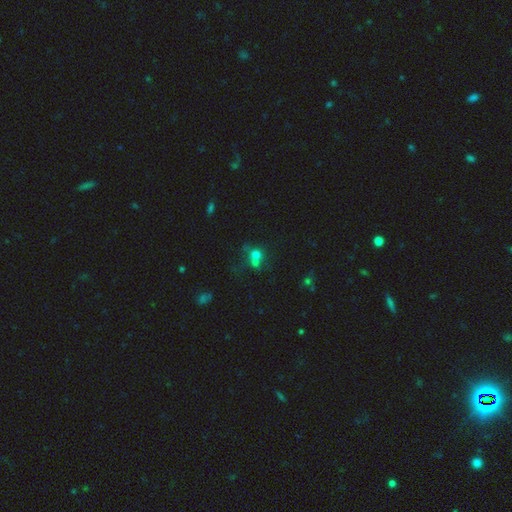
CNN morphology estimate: type=smooth (60%); roundness=round (77%); merging=merger (50%).